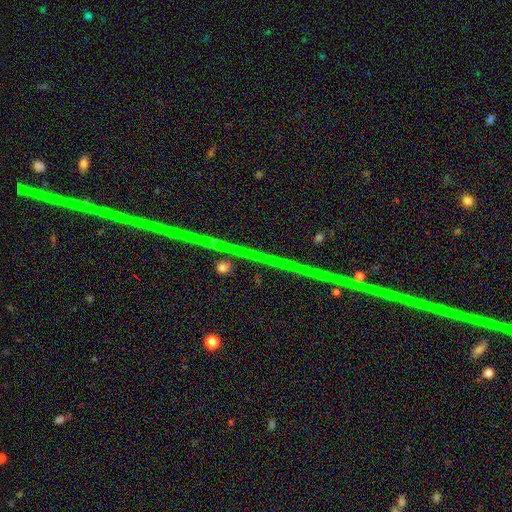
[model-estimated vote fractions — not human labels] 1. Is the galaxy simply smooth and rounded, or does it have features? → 72% star or artifact, 16% featured or disk, 12% smooth.